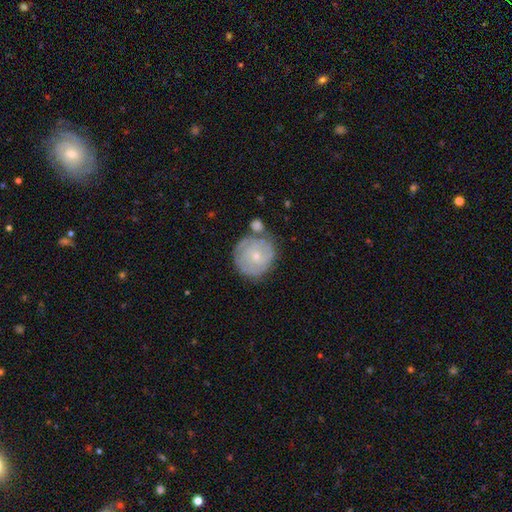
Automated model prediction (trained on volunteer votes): Overall: featured or disk (63%; smooth 30%). Edge-on disk: no (98%). Bar: no (76%). Spiral arms: yes (82%). Spiral arm count: can't tell (42%; 2 22%). Spiral winding: tight (74%). Bulge size: small (71%). Merging: none (62%).